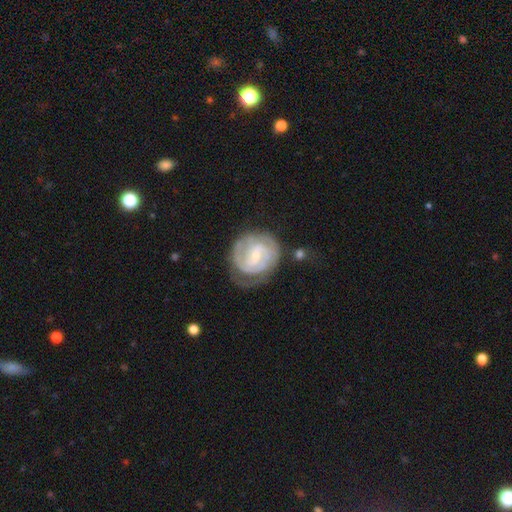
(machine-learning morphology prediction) Smooth or featured? Predicted: featured or disk (p=0.86). Edge-on disk? Predicted: no (p=0.98). Bar? Predicted: weak (p=0.55). Spiral arms? Predicted: yes (p=0.97). Spiral winding? Predicted: tight (p=0.68). Spiral arm count? Predicted: 2 (p=0.59). Bulge size? Predicted: small (p=0.67). Merging? Predicted: none (p=0.66).